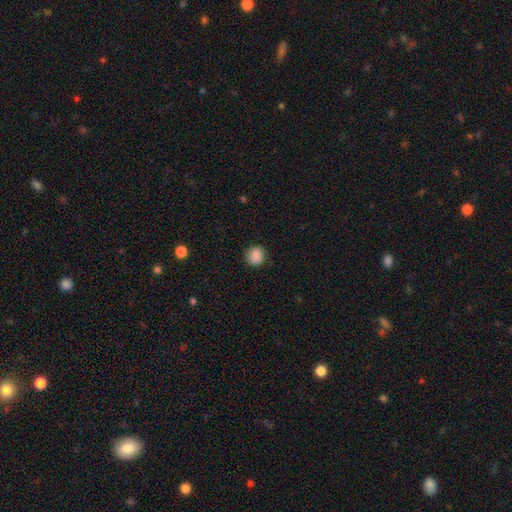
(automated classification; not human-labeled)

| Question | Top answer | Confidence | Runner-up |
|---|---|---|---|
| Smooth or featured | smooth | 85% | star or artifact (8%) |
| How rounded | round | 90% | in between (9%) |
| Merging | none | 85% | minor disturbance (11%) |